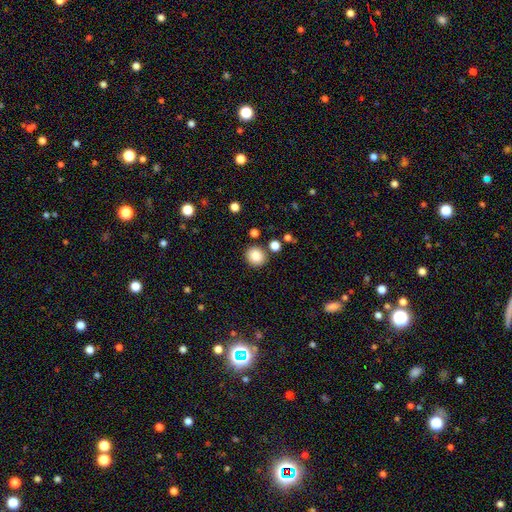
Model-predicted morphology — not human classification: This appears to be a smooth galaxy with no disk features (85%) that is round (88%). Merging: none (86%).